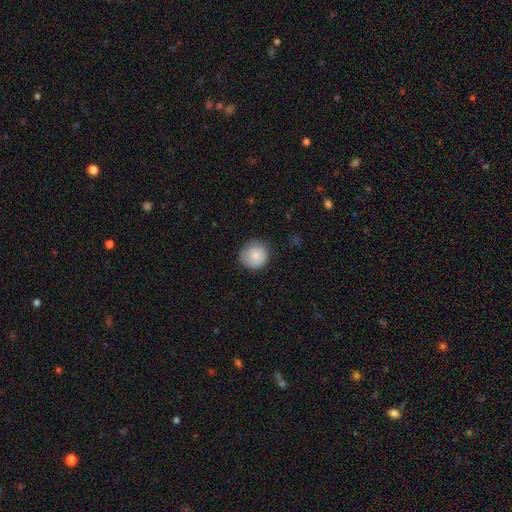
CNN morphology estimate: Smooth or featured? Predicted: smooth (p=0.84). How rounded? Predicted: round (p=0.90). Merging? Predicted: none (p=0.81).